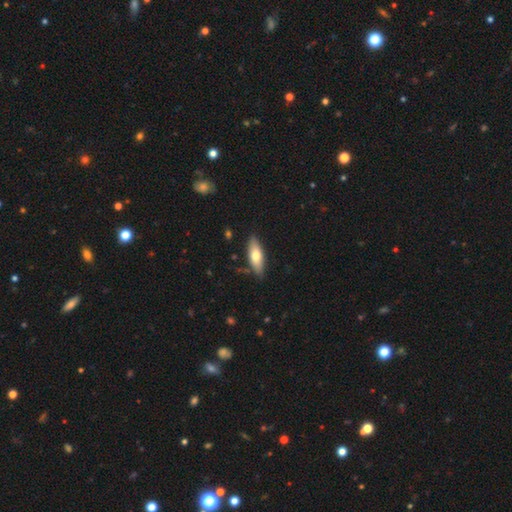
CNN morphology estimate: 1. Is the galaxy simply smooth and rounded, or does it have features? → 67% smooth, 28% featured or disk, 6% star or artifact.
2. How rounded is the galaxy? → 64% in between, 34% cigar-shaped, 2% round.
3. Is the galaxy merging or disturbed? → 84% none, 12% minor disturbance, 2% major disturbance, 2% merger.